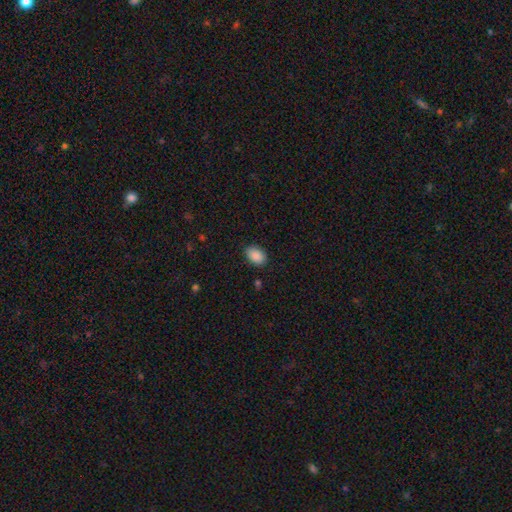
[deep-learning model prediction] smooth-or-featured: smooth: 89% | star or artifact: 7% | featured or disk: 3%
  how-rounded: in between: 84% | round: 15% | cigar-shaped: 1%
  merging: none: 86% | minor disturbance: 10% | major disturbance: 2% | merger: 1%